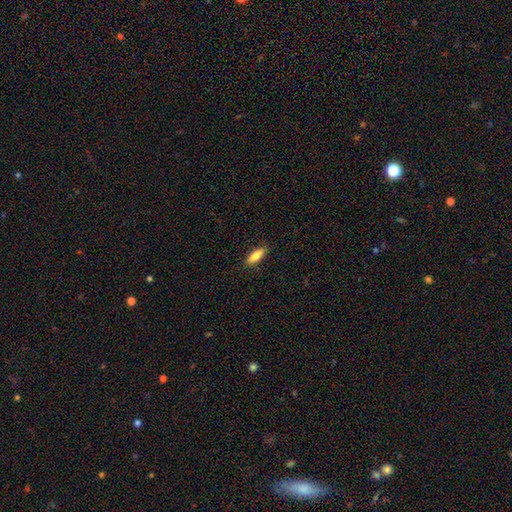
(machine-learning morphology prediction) Smooth or featured: smooth — 81% (featured or disk — 12%)
How rounded: in between — 59% (cigar-shaped — 39%)
Merging: none — 88% (minor disturbance — 9%)